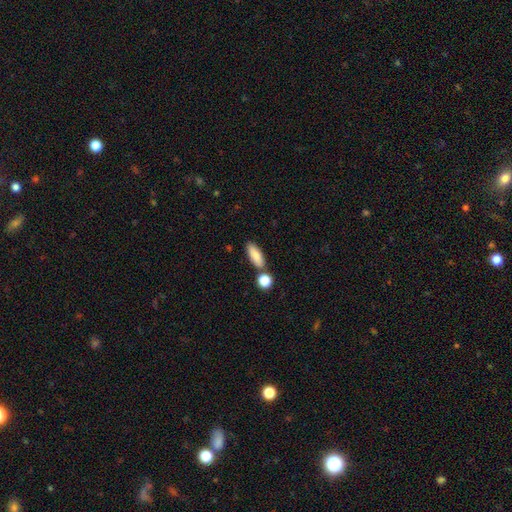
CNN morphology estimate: Smooth or featured?
  - smooth: 82% *
  - featured or disk: 11%
  - star or artifact: 7%
How rounded?
  - in between: 67% *
  - cigar-shaped: 29%
  - round: 4%
Merging?
  - none: 73% *
  - merger: 12%
  - minor disturbance: 12%
  - major disturbance: 3%